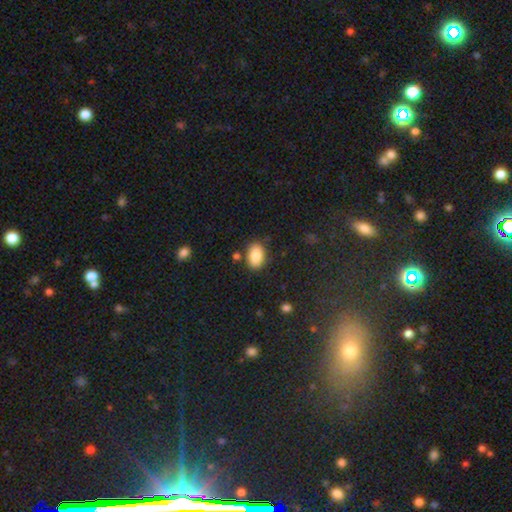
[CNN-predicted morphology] This appears to be a smooth galaxy with no disk features (87%) that is in between round and cigar-shaped (87%). Merging: none (80%).